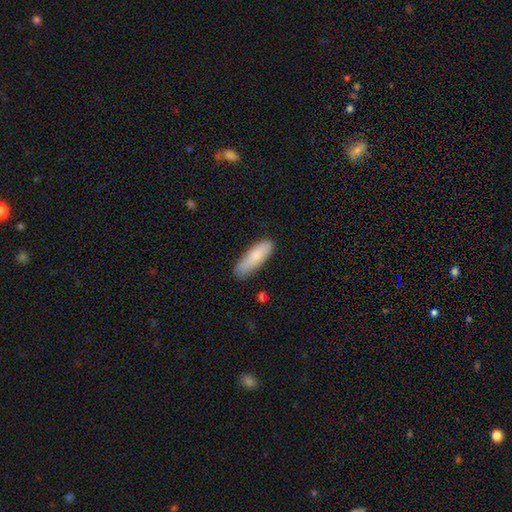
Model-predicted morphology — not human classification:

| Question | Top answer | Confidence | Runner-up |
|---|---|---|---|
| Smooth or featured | smooth | 82% | featured or disk (13%) |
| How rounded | cigar-shaped | 53% | in between (45%) |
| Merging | none | 77% | minor disturbance (18%) |